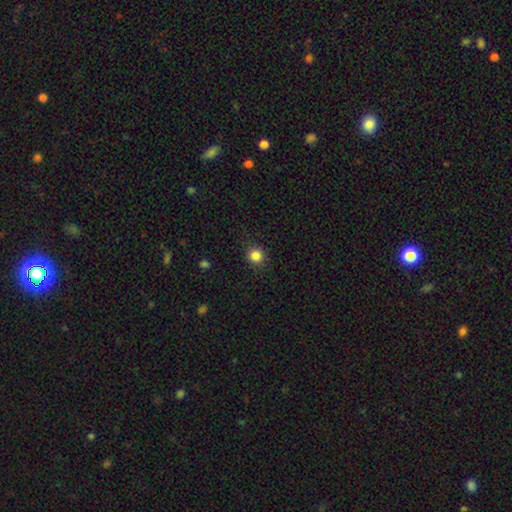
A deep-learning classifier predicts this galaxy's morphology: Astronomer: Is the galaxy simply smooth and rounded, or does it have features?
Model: smooth — 85%.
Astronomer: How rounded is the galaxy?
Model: round — 89%.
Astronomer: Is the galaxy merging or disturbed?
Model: none — 89%.